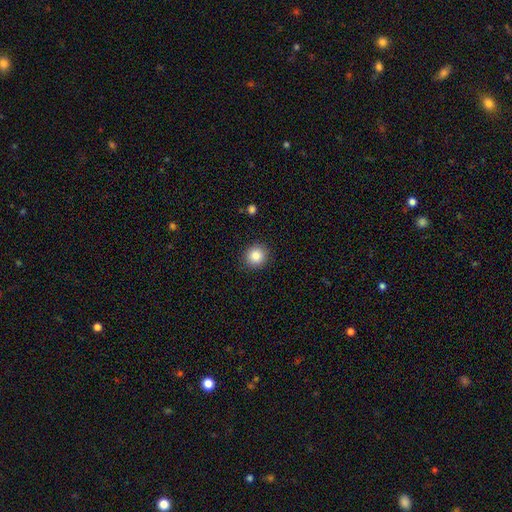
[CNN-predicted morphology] The model was most divided on "smooth or featured": smooth: 86%, star or artifact: 9%, featured or disk: 5%. More confident: merging — none (90%); how rounded — round (88%).